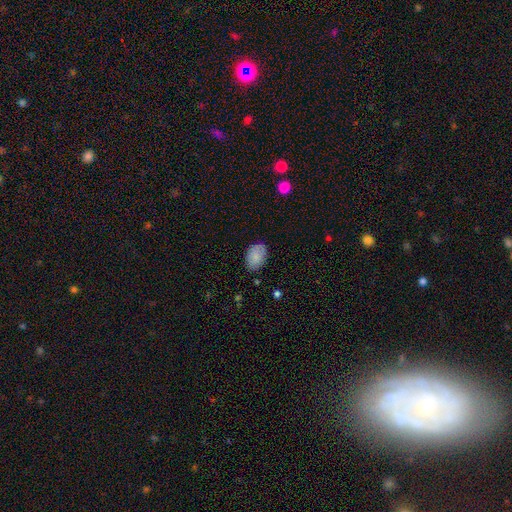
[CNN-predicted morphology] Q: Smooth or featured?
A: smooth (85%); runner-up: featured or disk (8%)
Q: How rounded?
A: in between (87%); runner-up: round (12%)
Q: Merging?
A: none (80%); runner-up: minor disturbance (15%)